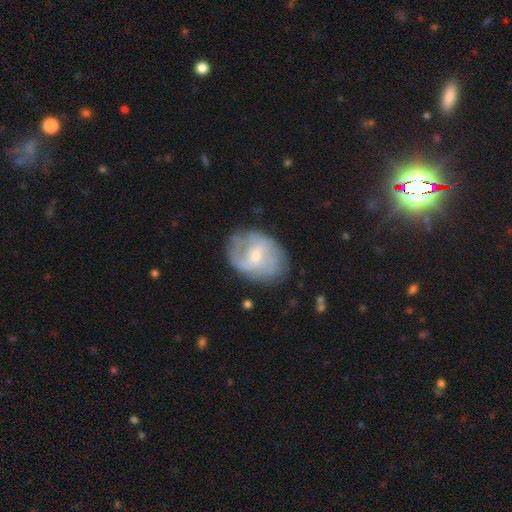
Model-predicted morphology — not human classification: Smooth or featured?
  - featured or disk: 72% *
  - smooth: 22%
  - star or artifact: 6%
Edge-on disk?
  - no: 97% *
  - yes: 3%
Bar?
  - weak: 52% *
  - no: 35%
  - strong: 13%
Spiral arms?
  - yes: 83% *
  - no: 17%
Spiral winding?
  - medium: 44% *
  - tight: 31%
  - loose: 25%
Spiral arm count?
  - 2: 48% *
  - can't tell: 30%
  - 3: 11%
  - 1: 4%
  - 4: 4%
  - more than 4: 3%
Bulge size?
  - small: 61% *
  - moderate: 34%
  - none: 2%
  - large: 2%
  - dominant: 1%
Merging?
  - none: 69% *
  - minor disturbance: 20%
  - major disturbance: 9%
  - merger: 2%